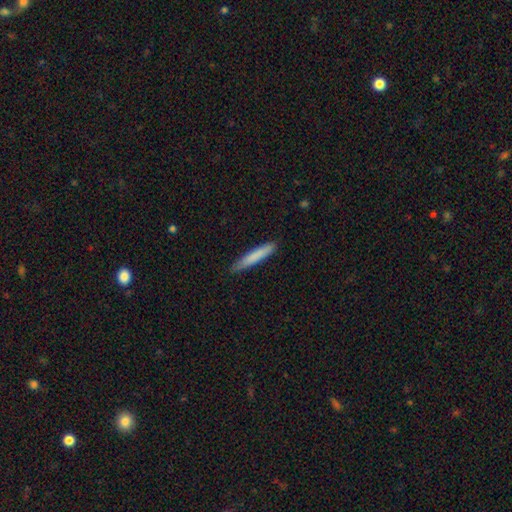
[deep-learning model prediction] smooth_or_featured: smooth (p=0.79) [alt: featured or disk p=0.15]
how_rounded: cigar-shaped (p=0.94) [alt: in between p=0.05]
merging: none (p=0.84) [alt: minor disturbance p=0.13]